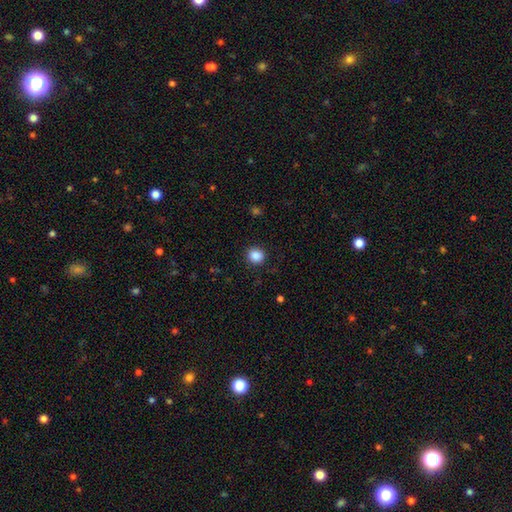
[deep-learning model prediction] Smooth or featured?
  - smooth: 87% *
  - star or artifact: 10%
  - featured or disk: 3%
How rounded?
  - round: 81% *
  - in between: 18%
  - cigar-shaped: 1%
Merging?
  - none: 90% *
  - minor disturbance: 7%
  - major disturbance: 2%
  - merger: 1%